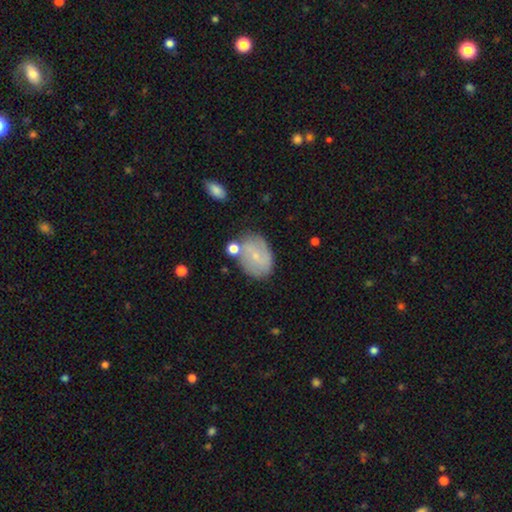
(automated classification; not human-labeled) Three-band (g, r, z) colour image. It shows a smooth galaxy with no disk features (46%). Merging: none (62%).